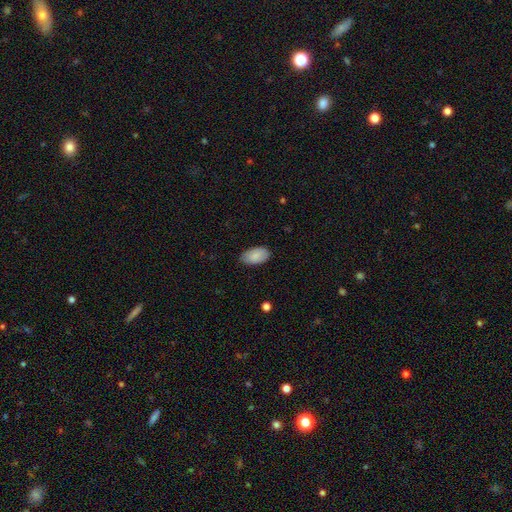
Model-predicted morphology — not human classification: Smooth or featured? Predicted: smooth (p=0.87). How rounded? Predicted: in between (p=0.95). Merging? Predicted: none (p=0.79).